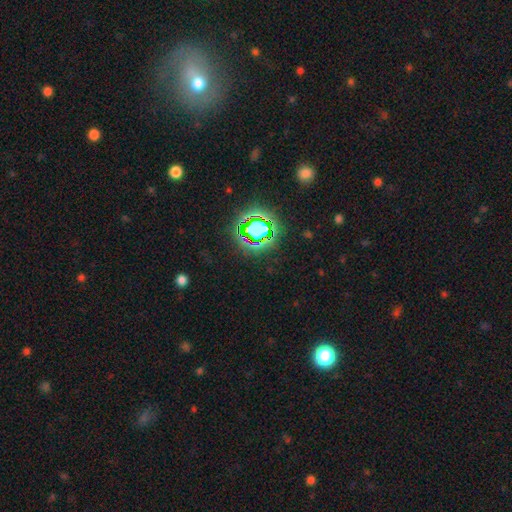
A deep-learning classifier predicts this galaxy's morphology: A star or artifact, not a galaxy (78%).